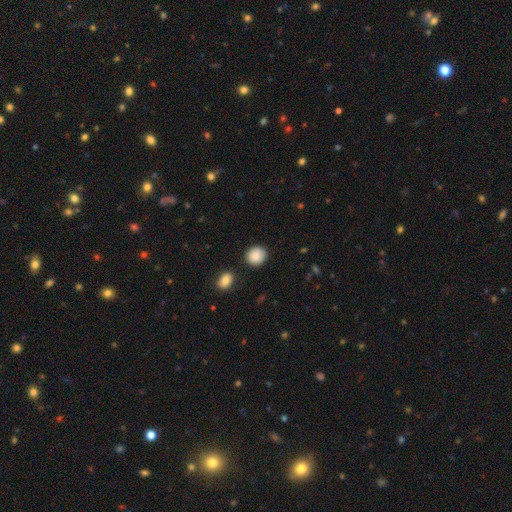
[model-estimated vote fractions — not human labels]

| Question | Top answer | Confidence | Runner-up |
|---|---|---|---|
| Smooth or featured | smooth | 88% | star or artifact (8%) |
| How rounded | round | 87% | in between (12%) |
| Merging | none | 87% | minor disturbance (8%) |